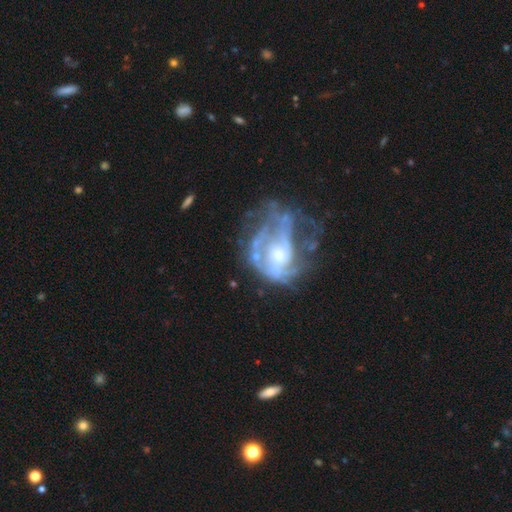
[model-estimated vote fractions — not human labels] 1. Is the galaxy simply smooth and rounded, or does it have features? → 77% featured or disk, 15% smooth, 8% star or artifact.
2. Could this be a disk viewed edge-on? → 98% no, 2% yes.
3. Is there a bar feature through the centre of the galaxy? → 77% no, 19% weak, 4% strong.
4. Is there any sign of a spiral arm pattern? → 61% yes, 39% no.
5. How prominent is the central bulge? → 53% moderate, 29% small, 10% large, 7% none, 2% dominant.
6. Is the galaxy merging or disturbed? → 45% major disturbance, 28% none, 20% minor disturbance, 7% merger.